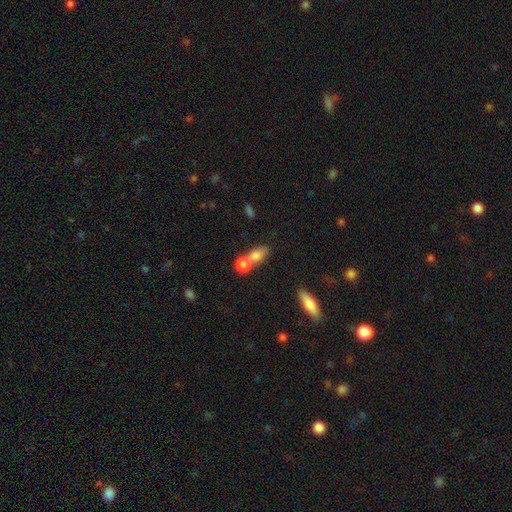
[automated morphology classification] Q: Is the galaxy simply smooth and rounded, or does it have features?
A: smooth — 77%.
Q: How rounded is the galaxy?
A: in between — 59%.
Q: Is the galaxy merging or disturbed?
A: merger — 62%.